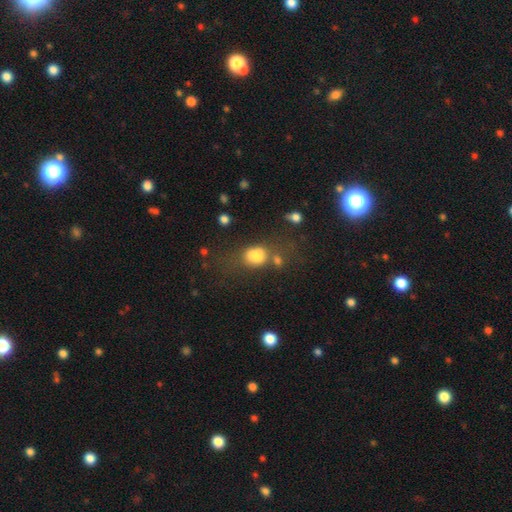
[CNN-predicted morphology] A smooth galaxy with no disk features (71%) that is in between round and cigar-shaped (67%). Merging: none (35%).